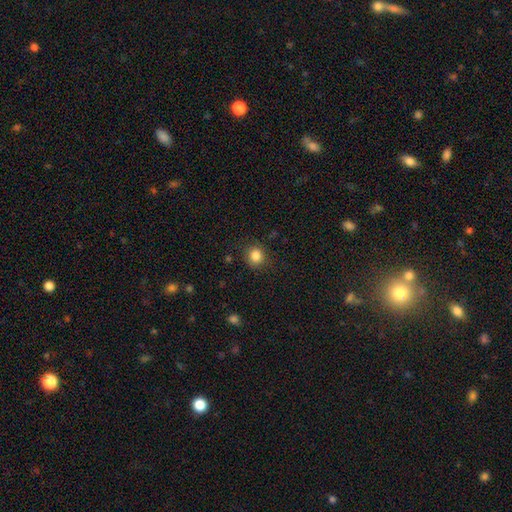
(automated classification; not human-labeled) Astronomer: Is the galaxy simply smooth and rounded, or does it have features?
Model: smooth — 84%.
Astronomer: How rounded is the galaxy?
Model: round — 83%.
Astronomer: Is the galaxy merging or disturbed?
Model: none — 86%.